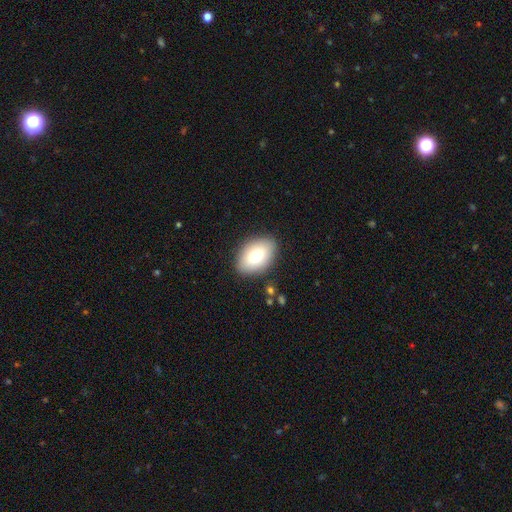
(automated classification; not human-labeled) smooth 83%, featured or disk 11%, star or artifact 6%. Down the decision tree: how rounded — in between (92%); merging — none (87%).